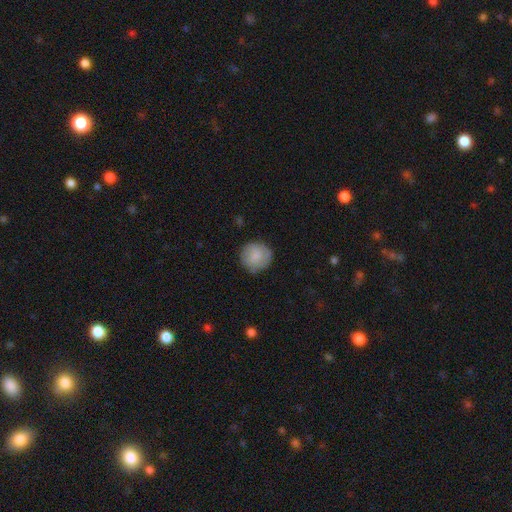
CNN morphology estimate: Q: Smooth or featured?
A: smooth (75%); runner-up: featured or disk (19%)
Q: How rounded?
A: round (92%); runner-up: in between (7%)
Q: Merging?
A: none (80%); runner-up: minor disturbance (15%)